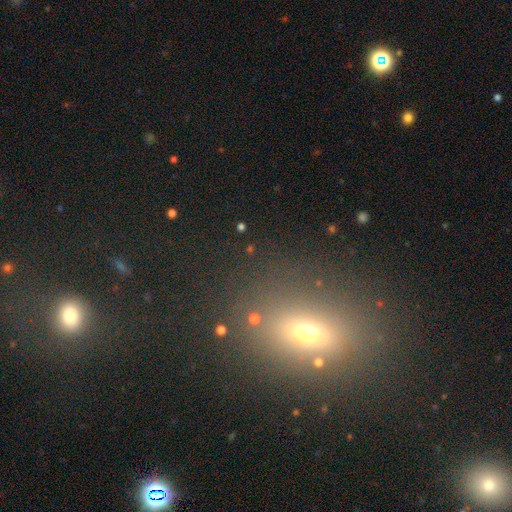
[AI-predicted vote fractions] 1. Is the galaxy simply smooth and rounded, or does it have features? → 50% smooth, 35% star or artifact, 15% featured or disk.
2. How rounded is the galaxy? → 60% in between, 31% round, 9% cigar-shaped.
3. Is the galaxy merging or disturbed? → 78% none, 11% minor disturbance, 6% major disturbance, 5% merger.